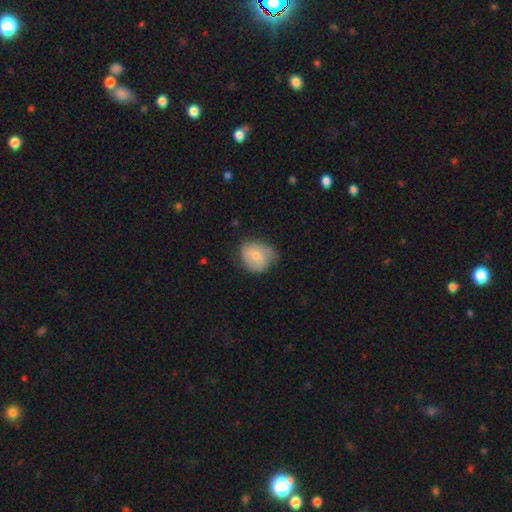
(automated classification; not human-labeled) smooth-or-featured: smooth: 65% | featured or disk: 29% | star or artifact: 7%
  how-rounded: round: 64% | in between: 35% | cigar-shaped: 1%
  merging: none: 54% | minor disturbance: 35% | major disturbance: 10% | merger: 2%